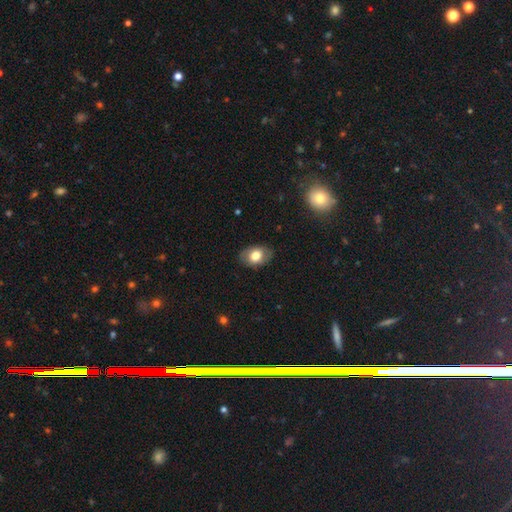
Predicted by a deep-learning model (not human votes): Q: Smooth or featured?
A: smooth (73%); runner-up: featured or disk (19%)
Q: How rounded?
A: in between (83%); runner-up: round (16%)
Q: Merging?
A: none (83%); runner-up: minor disturbance (13%)